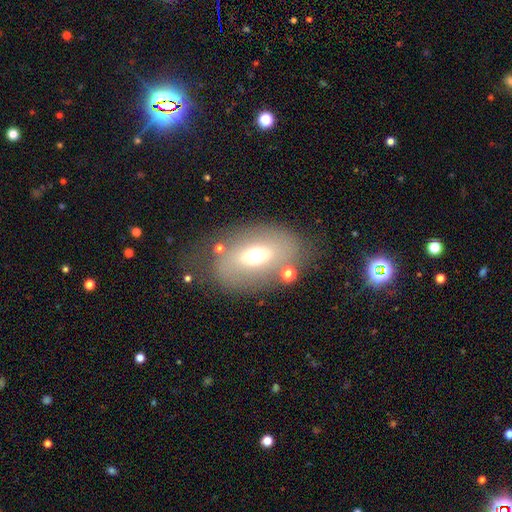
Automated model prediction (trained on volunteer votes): Smooth or featured? smooth (53%)
How rounded? in between (79%)
Merging? none (66%)